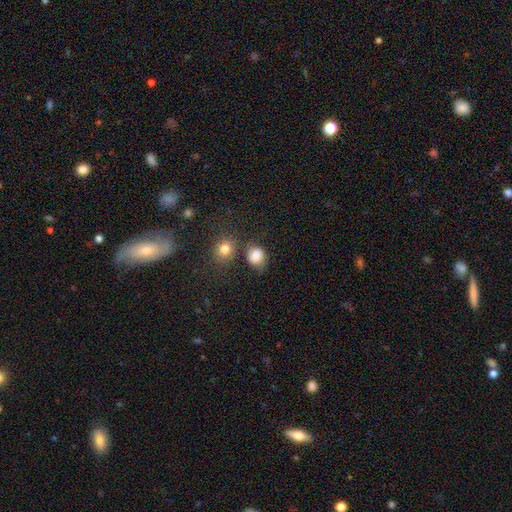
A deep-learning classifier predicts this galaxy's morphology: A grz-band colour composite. It shows a smooth galaxy with no disk features (84%) that is round (65%). Merging: none (60%).